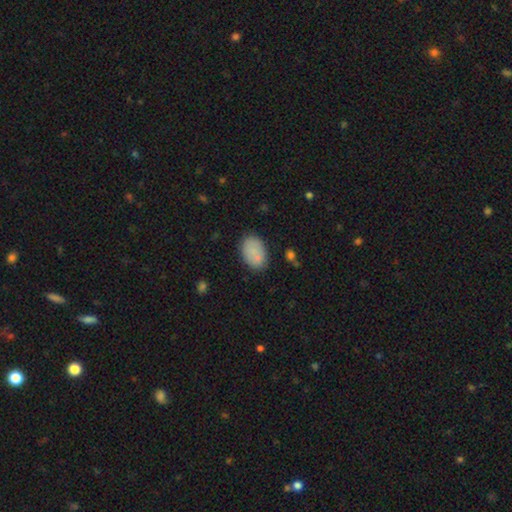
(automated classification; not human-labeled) The model was most divided on "merging": none: 77%, minor disturbance: 15%, major disturbance: 4%, merger: 4%. More confident: how rounded — in between (87%); smooth or featured — smooth (83%).